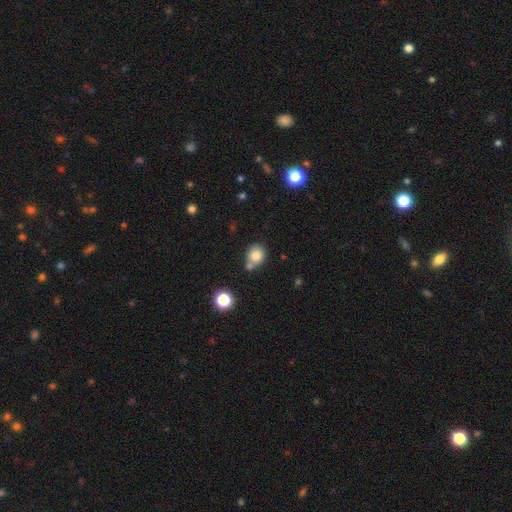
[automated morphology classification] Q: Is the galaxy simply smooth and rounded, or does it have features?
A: smooth — 79%.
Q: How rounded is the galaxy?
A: round — 72%.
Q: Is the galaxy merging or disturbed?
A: none — 57%.